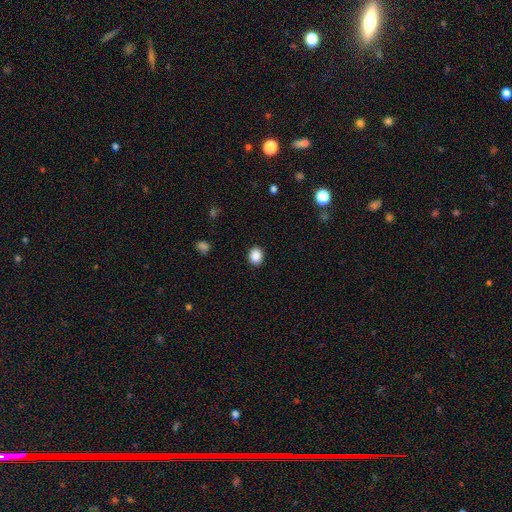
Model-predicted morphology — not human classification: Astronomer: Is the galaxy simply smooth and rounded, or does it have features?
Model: smooth — 89%.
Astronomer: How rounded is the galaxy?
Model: round — 57% (runner-up: in between, 43%).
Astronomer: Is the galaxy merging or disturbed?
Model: none — 90%.